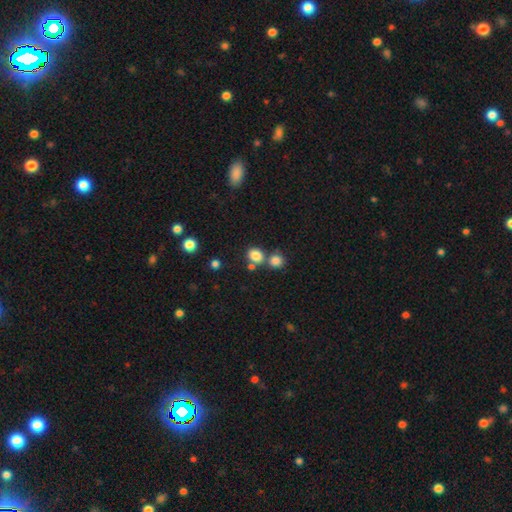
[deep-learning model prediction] Smooth or featured?
  - smooth: 83% *
  - star or artifact: 11%
  - featured or disk: 6%
How rounded?
  - round: 63% *
  - in between: 36%
  - cigar-shaped: 1%
Merging?
  - none: 61% *
  - merger: 26%
  - minor disturbance: 9%
  - major disturbance: 3%